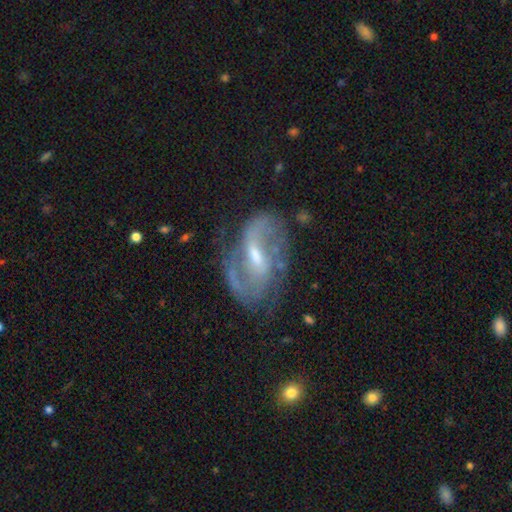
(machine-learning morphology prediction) Overall: featured or disk (87%). Edge-on disk: no (96%). Bar: weak (50%; strong 33%). Spiral arms: yes (94%). Spiral arm count: 2 (83%). Spiral winding: medium (52%; loose 26%). Bulge size: moderate (47%; small 46%). Merging: none (68%).